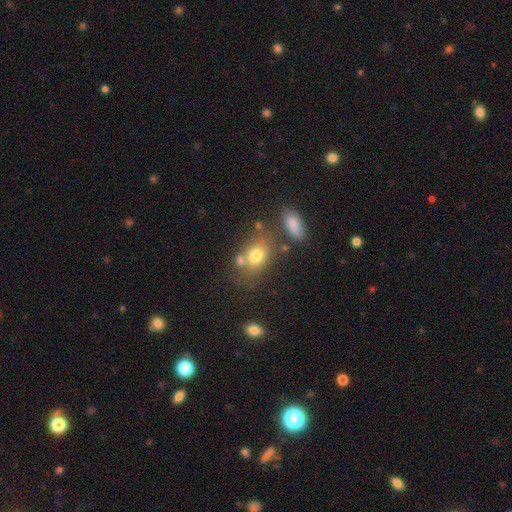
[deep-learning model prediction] Smooth or featured: smooth — 74% (featured or disk — 14%)
How rounded: in between — 57% (round — 41%)
Merging: none — 54% (merger — 23%)